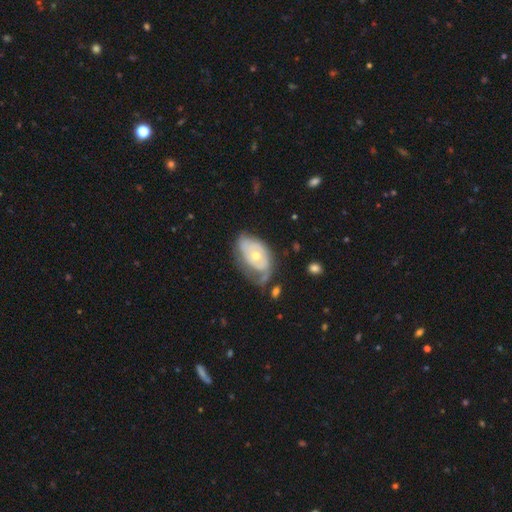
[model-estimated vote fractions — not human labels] This is likely a featured or disk galaxy (72%). It is clearly not viewed edge-on (94%). Bar: clearly no (82%). Spiral arm pattern: likely yes (72%). Central bulge: likely moderate (62%). Merging: possibly none (46%).